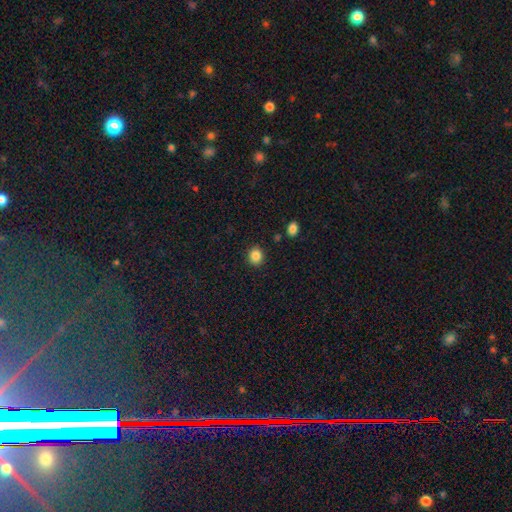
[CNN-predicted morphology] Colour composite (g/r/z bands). It shows a smooth galaxy with no disk features (86%) that is round (77%). Merging: none (90%).